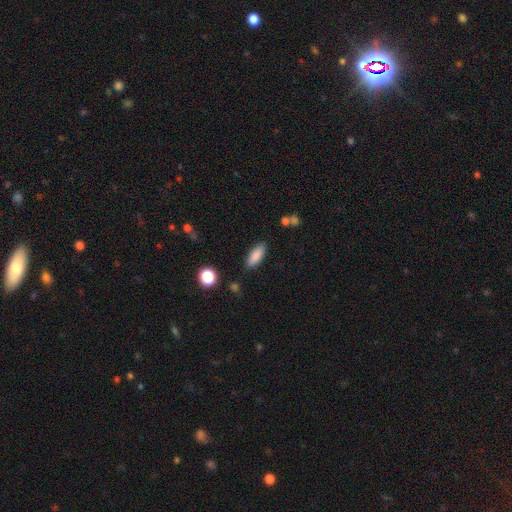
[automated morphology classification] smooth_or_featured: smooth (p=0.84) [alt: featured or disk p=0.08]
how_rounded: in between (p=0.72) [alt: cigar-shaped p=0.25]
merging: none (p=0.84) [alt: minor disturbance p=0.11]